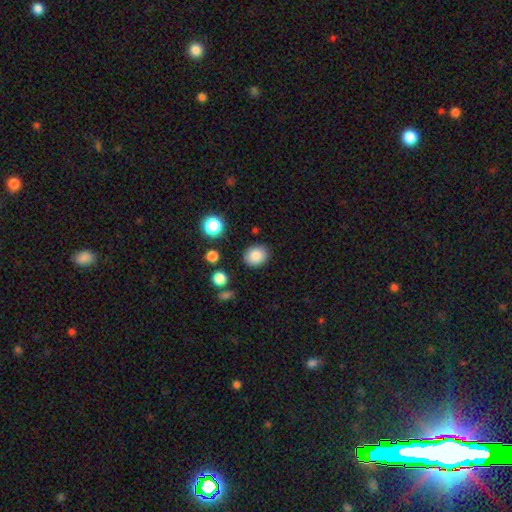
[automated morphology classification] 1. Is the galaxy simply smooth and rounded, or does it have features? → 86% smooth, 9% star or artifact, 5% featured or disk.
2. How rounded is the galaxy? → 65% round, 34% in between, 1% cigar-shaped.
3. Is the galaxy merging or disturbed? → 86% none, 9% minor disturbance, 3% major disturbance, 2% merger.